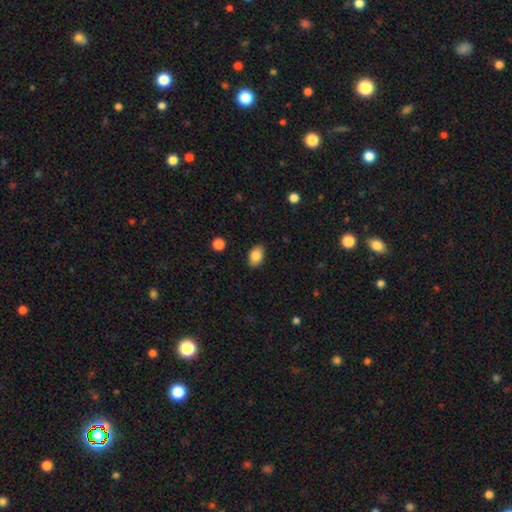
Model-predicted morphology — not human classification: This is clearly a smooth galaxy (85%). How rounded: clearly in between (86%). Merging: clearly none (85%).